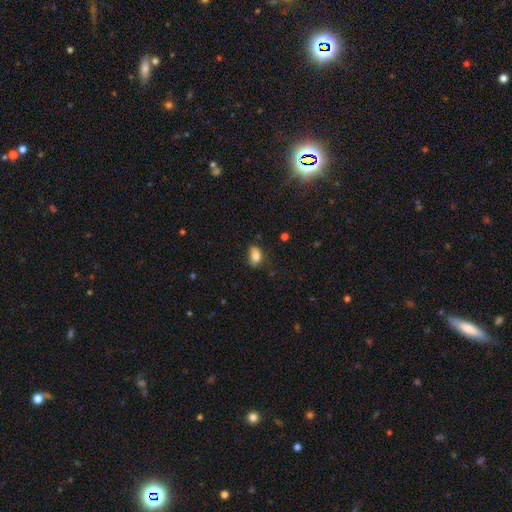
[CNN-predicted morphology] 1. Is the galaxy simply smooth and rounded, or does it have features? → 82% smooth, 10% featured or disk, 9% star or artifact.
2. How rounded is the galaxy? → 86% in between, 11% round, 3% cigar-shaped.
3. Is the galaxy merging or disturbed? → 62% none, 28% minor disturbance, 7% major disturbance, 3% merger.